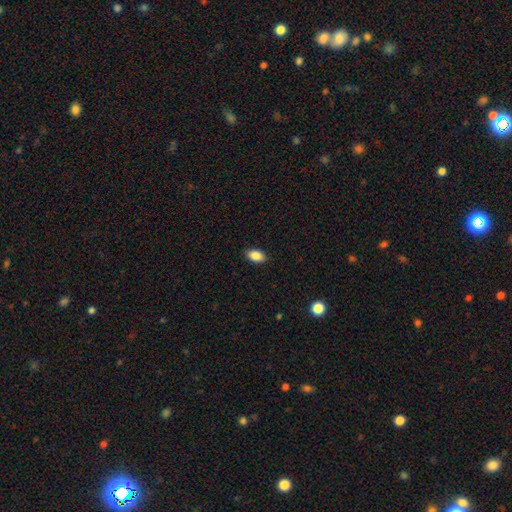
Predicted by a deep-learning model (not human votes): This appears to be a smooth galaxy with no disk features (87%) that is in between round and cigar-shaped (90%). Merging: none (88%).